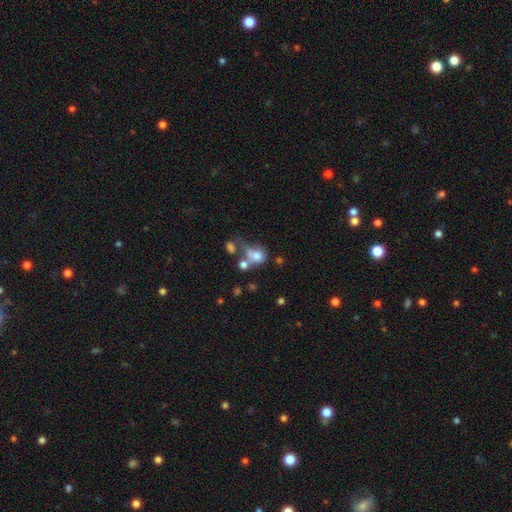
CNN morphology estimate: type=smooth (67%); roundness=round (52%); merging=merger (42%).